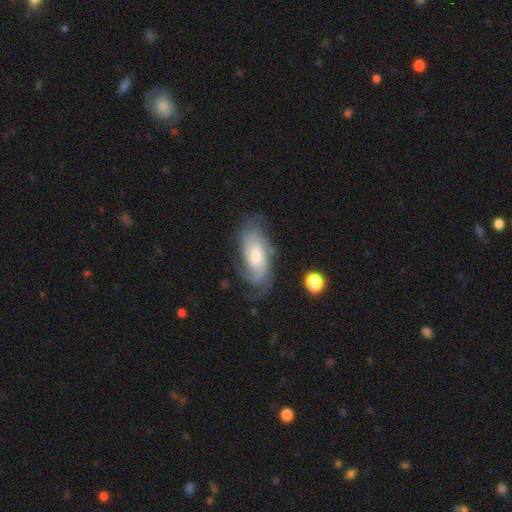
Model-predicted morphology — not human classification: featured or disk 72%, smooth 22%, star or artifact 7%. Down the decision tree: edge-on disk — no (92%); bar — no (66%); spiral arms — yes (92%); spiral arm count — can't tell (37%); spiral winding — tight (44%); bulge size — moderate (46%); merging — none (63%).